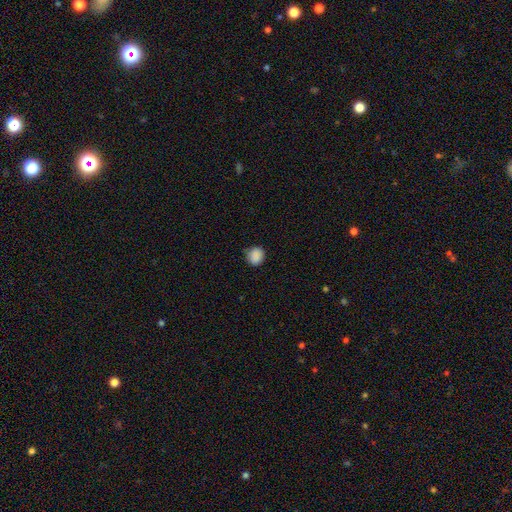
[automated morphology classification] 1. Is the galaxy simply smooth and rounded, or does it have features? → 88% smooth, 9% star or artifact, 3% featured or disk.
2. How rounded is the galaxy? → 79% round, 20% in between, 1% cigar-shaped.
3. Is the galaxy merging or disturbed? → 80% none, 16% minor disturbance, 3% major disturbance, 1% merger.